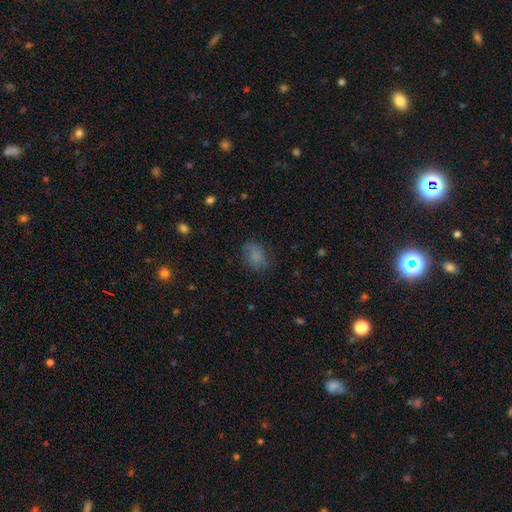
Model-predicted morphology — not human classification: This is likely a smooth galaxy (78%). How rounded: possibly in between (55%). Merging: likely none (71%).